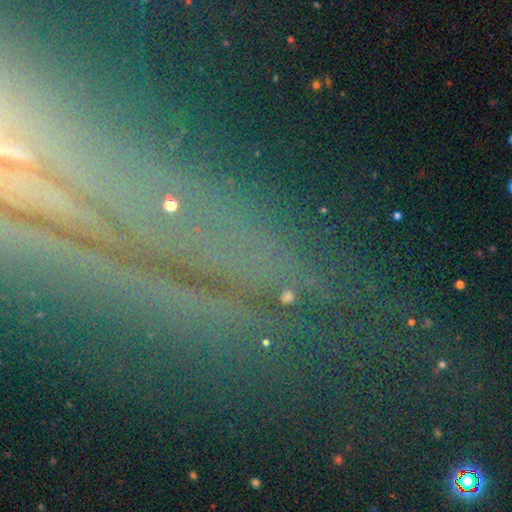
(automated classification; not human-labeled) star or artifact 66%, featured or disk 20%, smooth 14%.